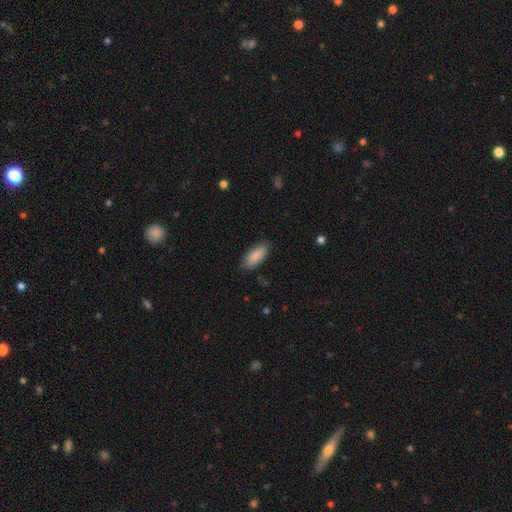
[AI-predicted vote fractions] smooth_or_featured: smooth (p=0.89) [alt: star or artifact p=0.06]
how_rounded: in between (p=0.79) [alt: cigar-shaped p=0.19]
merging: none (p=0.85) [alt: minor disturbance p=0.11]